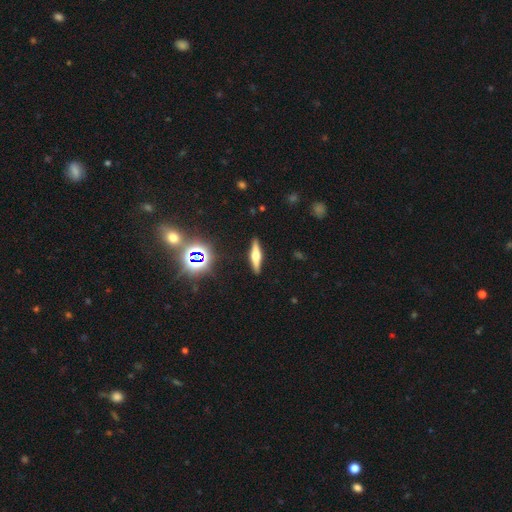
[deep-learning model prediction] Q: Smooth or featured?
A: featured or disk (56%); runner-up: smooth (33%)
Q: Edge-on disk?
A: yes (95%); runner-up: no (5%)
Q: Edge-on bulge?
A: rounded (86%); runner-up: boxy (10%)
Q: Merging?
A: none (89%); runner-up: minor disturbance (8%)